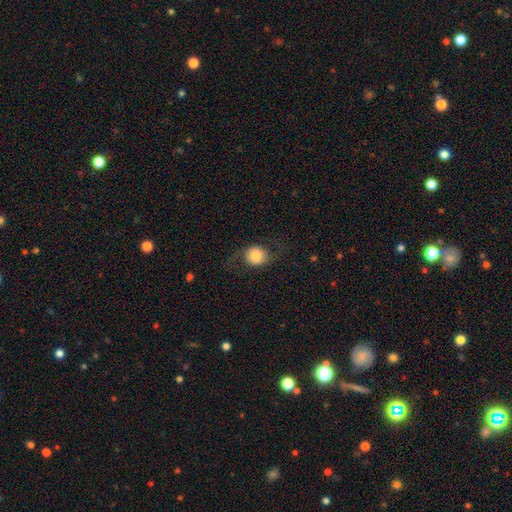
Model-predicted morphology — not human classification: Smooth or featured: smooth — 67% (featured or disk — 24%)
How rounded: round — 79% (in between — 20%)
Merging: none — 69% (minor disturbance — 16%)